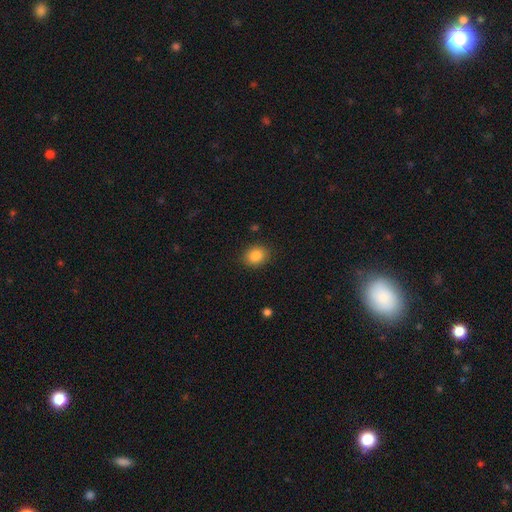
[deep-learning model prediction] Smooth or featured? Predicted: smooth (p=0.85). How rounded? Predicted: round (p=0.59). Merging? Predicted: none (p=0.88).